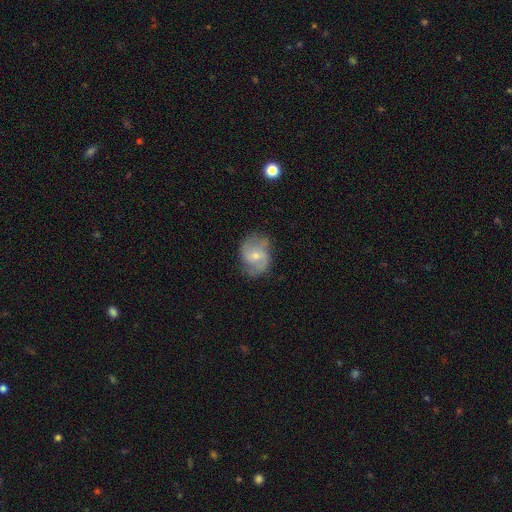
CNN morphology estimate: A featured or disk galaxy (72%) with no bar (48%), 2 (79%) medium (48%) spiral arms (91%) and a small central bulge (55%).

Vote fractions:
- Smooth or featured? featured or disk: 72% / smooth: 21% / star or artifact: 7%
- Edge-on disk? no: 97% / yes: 3%
- Bar? no: 48% / weak: 42% / strong: 10%
- Spiral arms? yes: 91% / no: 9%
- Spiral winding? medium: 48% / loose: 30% / tight: 21%
- Spiral arm count? 2: 79% / can't tell: 10% / 3: 5% / 1: 3% / 4: 2% / more than 4: 2%
- Bulge size? small: 55% / moderate: 41% / none: 2% / large: 2% / dominant: 1%
- Merging? none: 68% / minor disturbance: 22% / major disturbance: 9% / merger: 1%